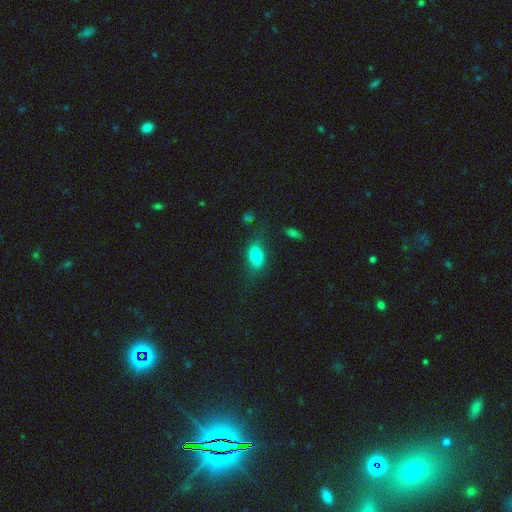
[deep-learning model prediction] This is likely a smooth galaxy (75%). How rounded: clearly in between (83%). Merging: likely none (61%).